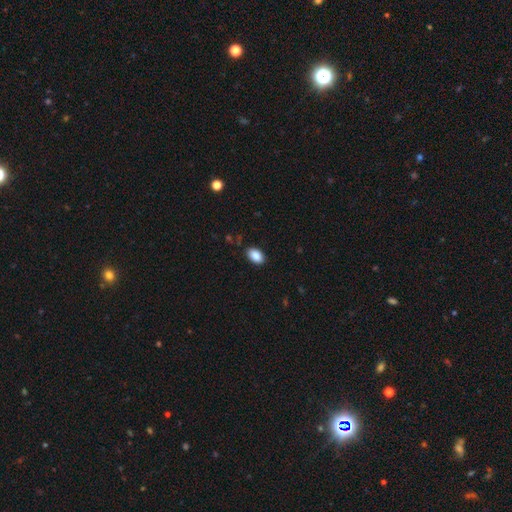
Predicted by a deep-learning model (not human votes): Smooth or featured? smooth (88%)
How rounded? in between (91%)
Merging? none (86%)